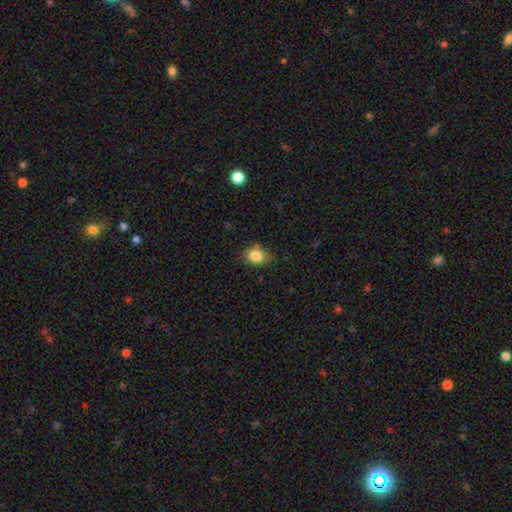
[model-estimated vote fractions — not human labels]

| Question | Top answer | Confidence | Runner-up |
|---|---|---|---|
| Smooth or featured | smooth | 84% | star or artifact (10%) |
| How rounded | in between | 58% | round (41%) |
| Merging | none | 70% | minor disturbance (23%) |